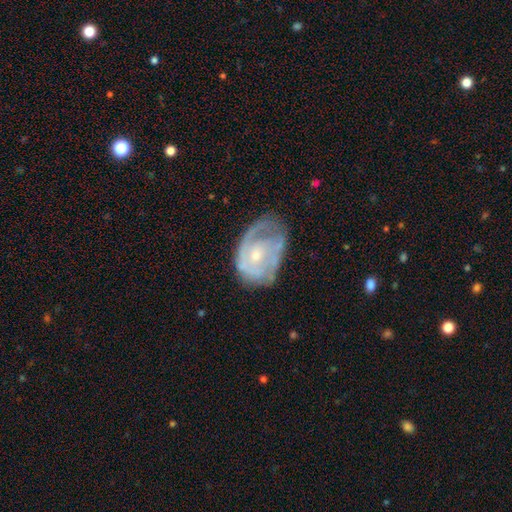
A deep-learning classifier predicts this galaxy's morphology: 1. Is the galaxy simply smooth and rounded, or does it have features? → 74% featured or disk, 20% smooth, 6% star or artifact.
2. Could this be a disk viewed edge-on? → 97% no, 3% yes.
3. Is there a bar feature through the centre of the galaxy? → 71% no, 25% weak, 4% strong.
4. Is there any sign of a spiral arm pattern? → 80% yes, 20% no.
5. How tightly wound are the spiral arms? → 52% tight, 34% medium, 14% loose.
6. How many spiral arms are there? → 36% can't tell, 33% 2, 16% 1, 10% 3, 3% 4, 3% more than 4.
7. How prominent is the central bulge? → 58% small, 36% moderate, 3% none, 2% large, 1% dominant.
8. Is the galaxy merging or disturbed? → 49% none, 29% minor disturbance, 19% major disturbance, 2% merger.